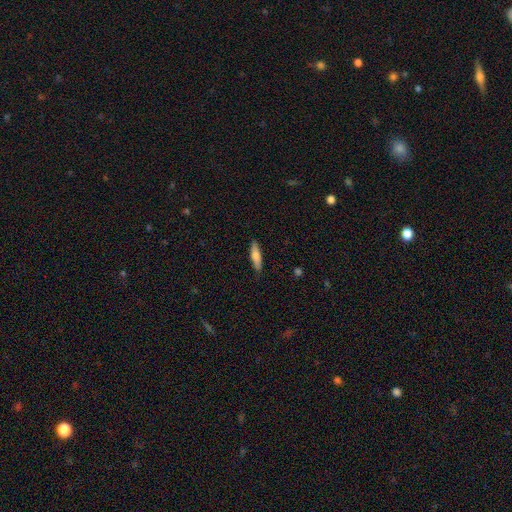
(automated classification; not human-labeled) Morphology: type=smooth (72%); roundness=cigar-shaped (74%); merging=none (88%).